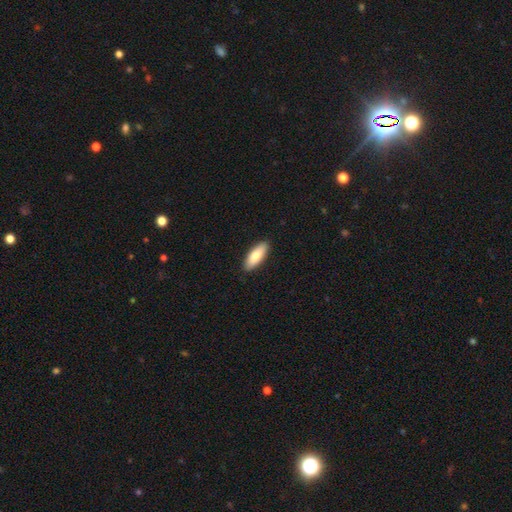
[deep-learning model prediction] smooth 80%, featured or disk 14%, star or artifact 5%. Down the decision tree: how rounded — in between (70%); merging — none (90%).